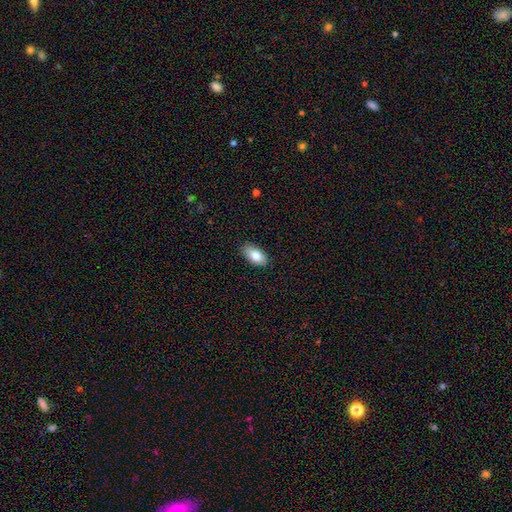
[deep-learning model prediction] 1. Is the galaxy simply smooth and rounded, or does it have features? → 84% smooth, 9% featured or disk, 7% star or artifact.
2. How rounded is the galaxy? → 94% in between, 3% round, 3% cigar-shaped.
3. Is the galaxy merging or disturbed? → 85% none, 12% minor disturbance, 2% major disturbance, 1% merger.